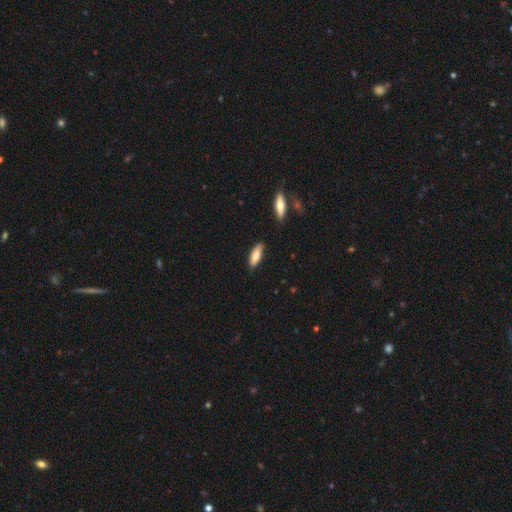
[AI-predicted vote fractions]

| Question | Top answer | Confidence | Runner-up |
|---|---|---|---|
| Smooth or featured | smooth | 79% | featured or disk (15%) |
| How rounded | in between | 59% | cigar-shaped (39%) |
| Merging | none | 83% | minor disturbance (13%) |